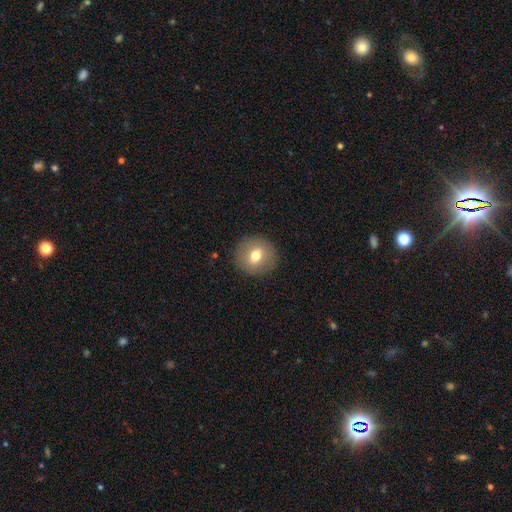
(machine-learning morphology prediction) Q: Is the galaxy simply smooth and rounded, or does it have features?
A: smooth — 69%.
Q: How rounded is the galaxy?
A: round — 89%.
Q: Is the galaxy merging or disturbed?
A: none — 90%.